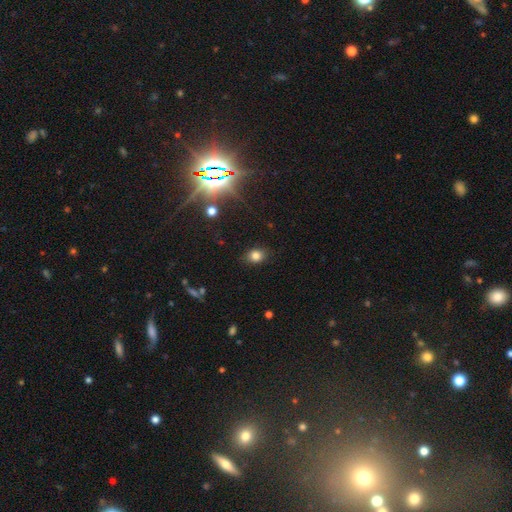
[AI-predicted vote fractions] Smooth or featured? smooth (79%)
How rounded? round (52%)
Merging? none (84%)